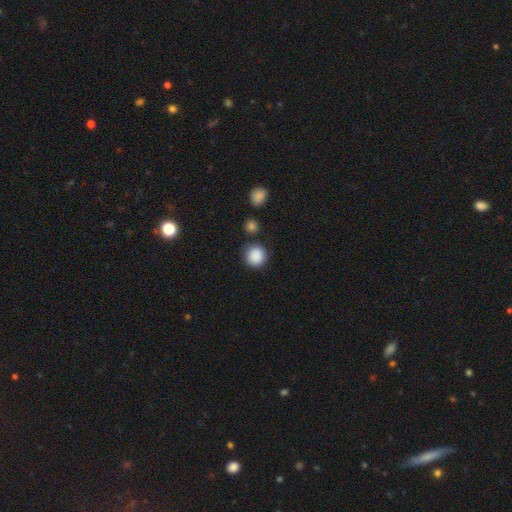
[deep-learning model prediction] This appears to be a smooth galaxy with no disk features (88%) that is round (93%). Merging: none (83%).